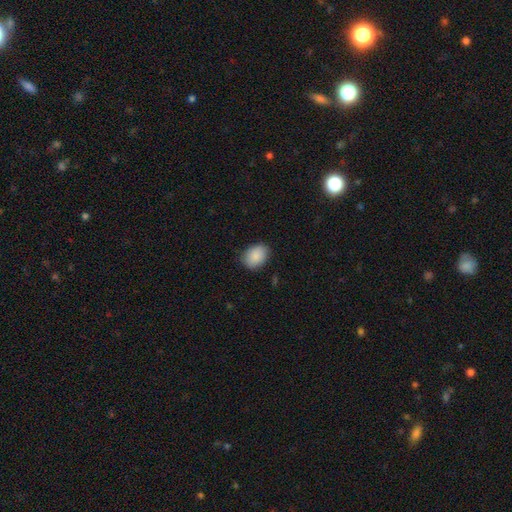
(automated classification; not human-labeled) The model was most divided on "how rounded": in between: 67%, round: 32%, cigar-shaped: 1%. More confident: smooth or featured — smooth (89%); merging — none (82%).